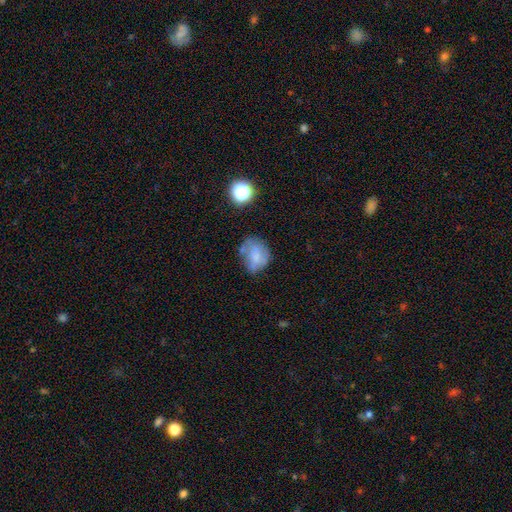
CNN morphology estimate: type=smooth (61%); roundness=in between (49%, tied with round); merging=none (46%).